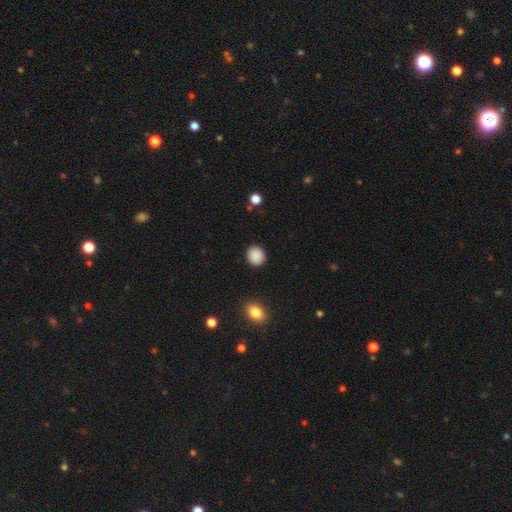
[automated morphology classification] Smooth or featured? smooth (89%)
How rounded? round (81%)
Merging? none (90%)